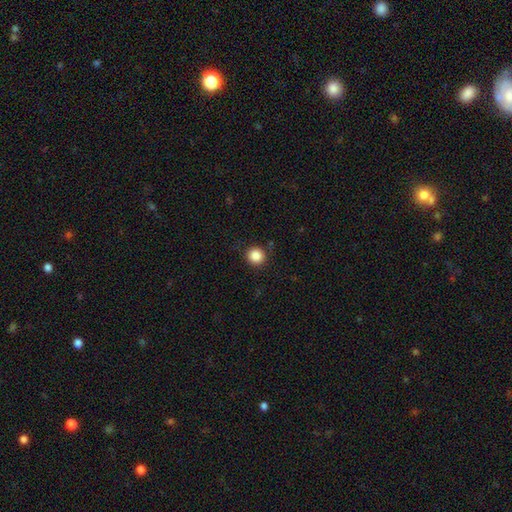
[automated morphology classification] Overall: smooth (87%). How rounded: round (93%). Merging: none (88%).